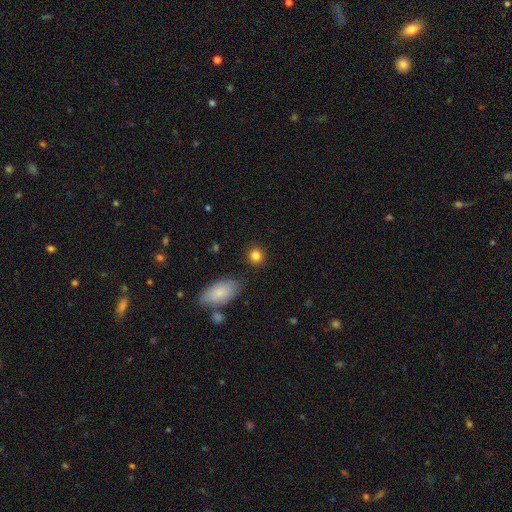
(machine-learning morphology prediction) The model was most divided on "how rounded": round: 83%, in between: 15%, cigar-shaped: 1%. More confident: merging — none (88%); smooth or featured — smooth (85%).